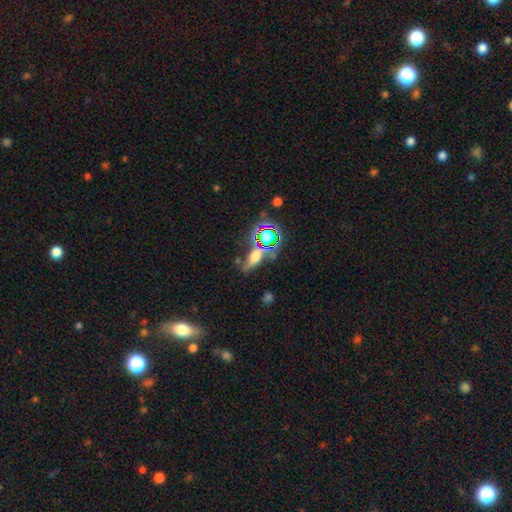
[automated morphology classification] smooth-or-featured: smooth: 44% | star or artifact: 32% | featured or disk: 24%
  merging: none: 55% | minor disturbance: 19% | merger: 14% | major disturbance: 12%